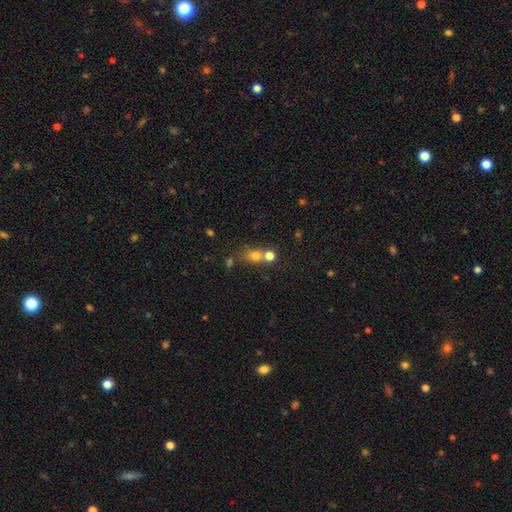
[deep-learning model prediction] This is likely a smooth galaxy (73%). How rounded: likely round (60%). Merging: marginally none (44%).